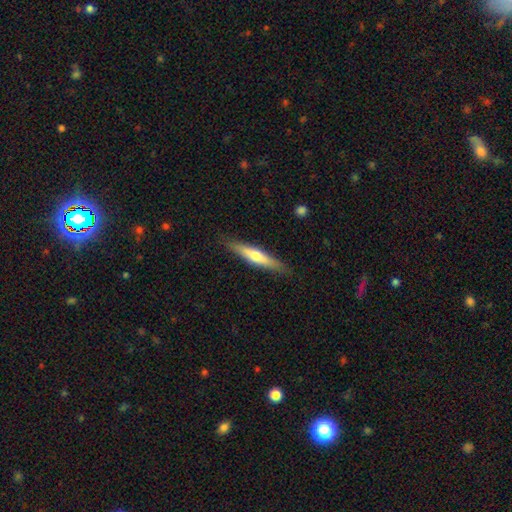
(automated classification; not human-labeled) Q: Smooth or featured?
A: smooth (48%); runner-up: featured or disk (47%)
Q: Merging?
A: none (88%); runner-up: minor disturbance (9%)